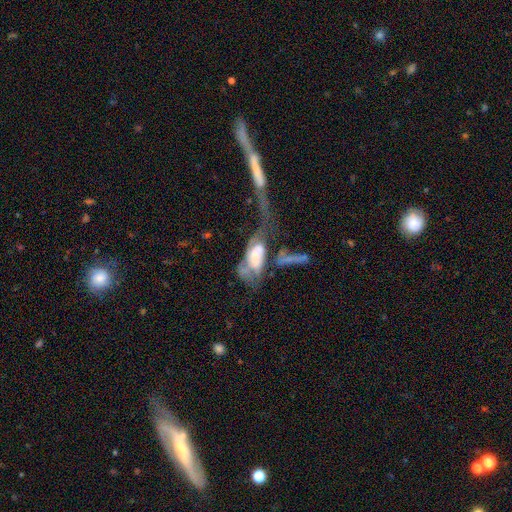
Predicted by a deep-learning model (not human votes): Smooth or featured: featured or disk — 49% (smooth — 42%)
Merging: major disturbance — 44% (merger — 34%)